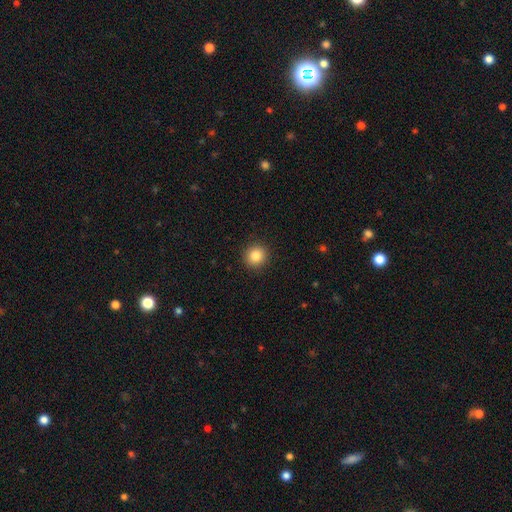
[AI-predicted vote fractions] Smooth or featured? Predicted: smooth (p=0.84). How rounded? Predicted: round (p=0.93). Merging? Predicted: none (p=0.92).